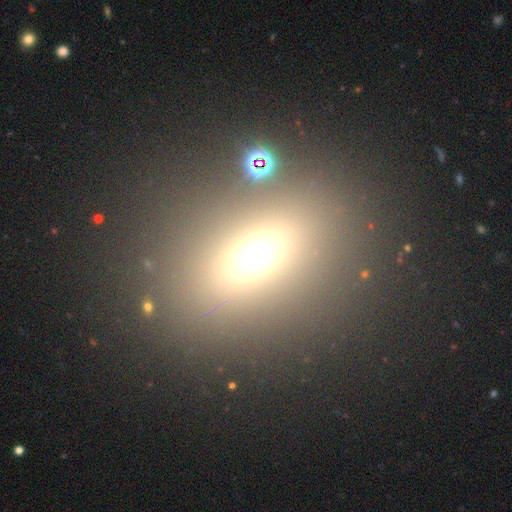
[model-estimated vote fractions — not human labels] Smooth or featured? smooth (60%)
How rounded? in between (58%)
Merging? none (81%)